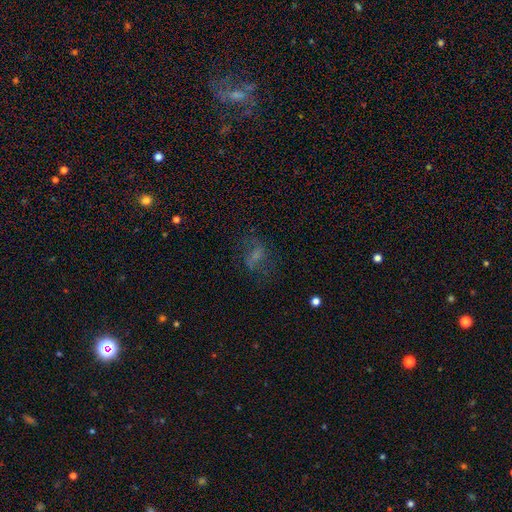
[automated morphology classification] smooth_or_featured: smooth (p=0.39) [alt: featured or disk p=0.36]
merging: none (p=0.59) [alt: major disturbance p=0.20]